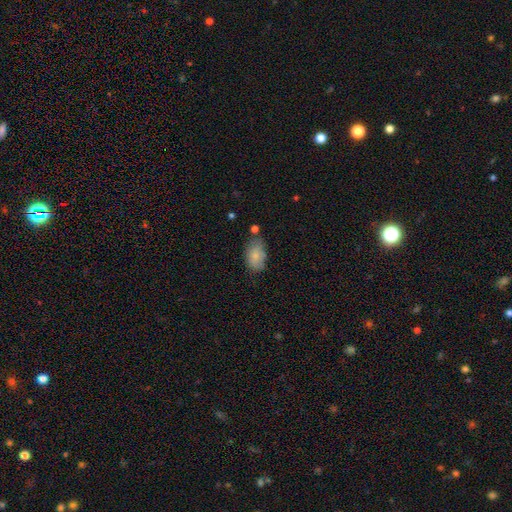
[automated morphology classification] A smooth galaxy with no disk features (82%) that is in between round and cigar-shaped (91%).

Vote fractions:
- Smooth or featured? smooth: 82% / featured or disk: 11% / star or artifact: 7%
- How rounded? in between: 91% / round: 7% / cigar-shaped: 2%
- Merging? none: 62% / minor disturbance: 26% / major disturbance: 6% / merger: 6%